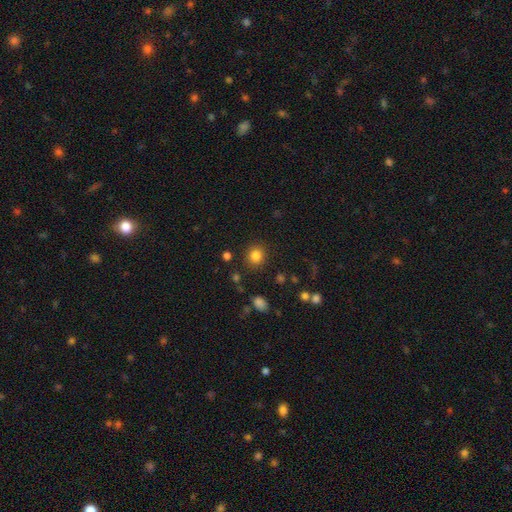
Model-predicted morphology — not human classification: Overall: smooth (83%). How rounded: round (87%). Merging: none (88%).